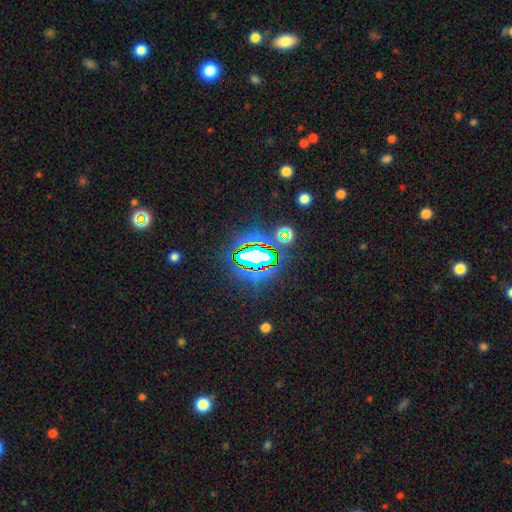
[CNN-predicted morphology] Overall: star or artifact (73%).